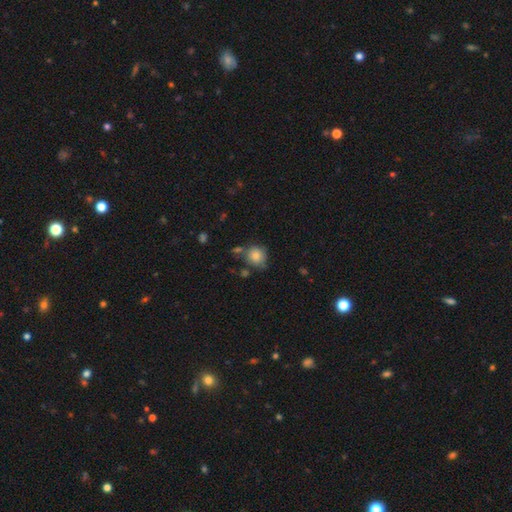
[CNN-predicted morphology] A smooth galaxy with no disk features (81%) that is round (80%).

Vote fractions:
- Smooth or featured? smooth: 81% / featured or disk: 10% / star or artifact: 10%
- How rounded? round: 80% / in between: 19% / cigar-shaped: 1%
- Merging? none: 62% / minor disturbance: 22% / merger: 11% / major disturbance: 6%